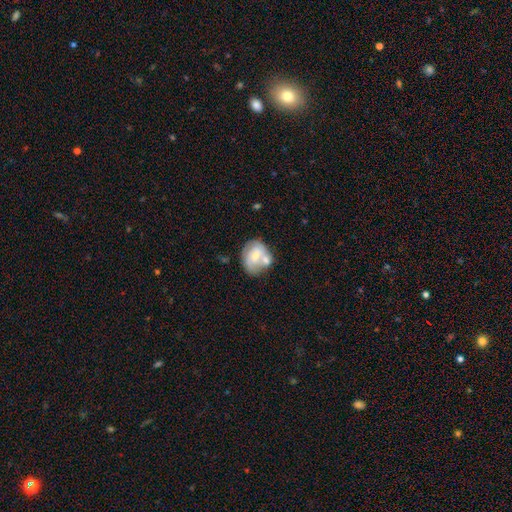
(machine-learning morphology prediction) smooth_or_featured: featured or disk (p=0.52) [alt: smooth p=0.42]
disk_edge_on: no (p=0.97) [alt: yes p=0.03]
merging: none (p=0.38) [alt: merger p=0.35]